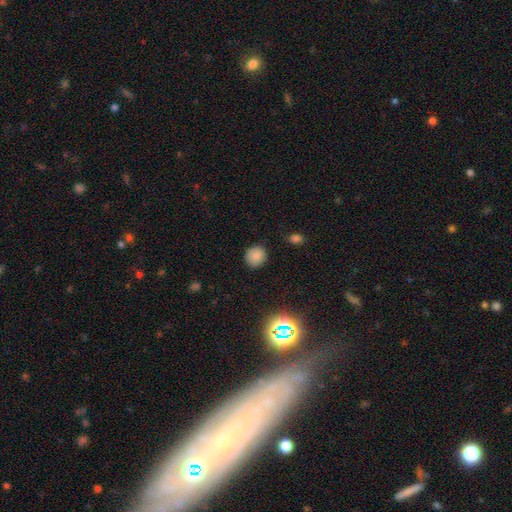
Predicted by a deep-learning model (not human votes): This is clearly a smooth galaxy (81%). How rounded: clearly round (86%). Merging: clearly none (86%).